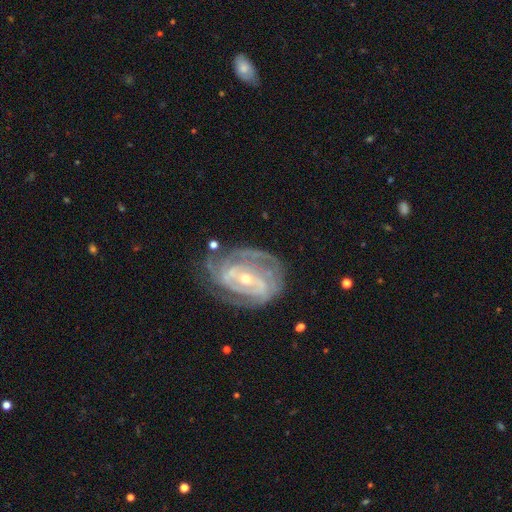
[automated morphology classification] Overall: featured or disk (89%). Edge-on disk: no (96%). Bar: weak (36%; strong 34%). Spiral arms: yes (96%). Spiral arm count: 2 (31%; 3 24%). Spiral winding: tight (63%; medium 30%). Bulge size: small (62%; moderate 35%). Merging: none (66%).